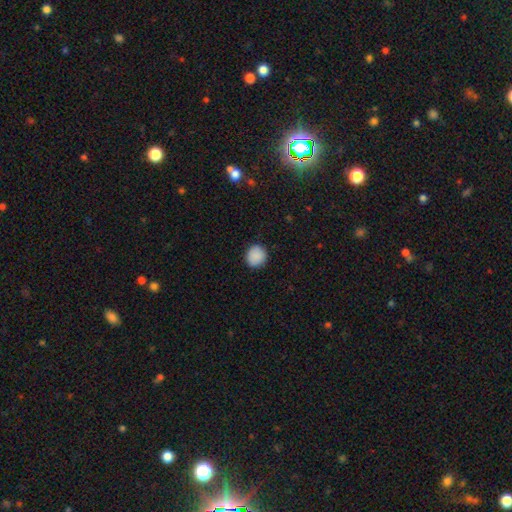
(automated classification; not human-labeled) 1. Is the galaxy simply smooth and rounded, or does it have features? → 90% smooth, 8% star or artifact, 3% featured or disk.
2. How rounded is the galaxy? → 88% round, 11% in between, 1% cigar-shaped.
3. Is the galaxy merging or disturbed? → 90% none, 7% minor disturbance, 2% major disturbance, 1% merger.